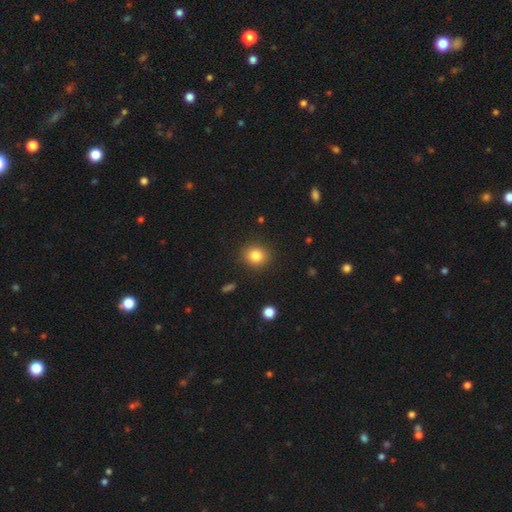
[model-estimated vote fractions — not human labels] Smooth or featured? smooth (82%)
How rounded? round (77%)
Merging? none (89%)